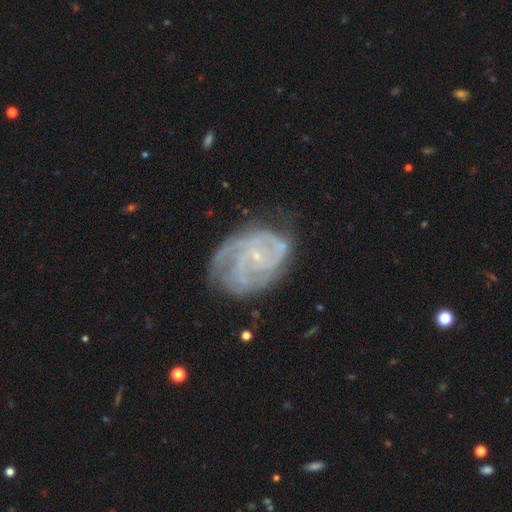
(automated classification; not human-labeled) Smooth or featured? featured or disk (83%)
Edge-on disk? no (98%)
Bar? no (65%)
Spiral arms? yes (92%)
Spiral winding? tight (56%)
Spiral arm count? can't tell (32%)
Bulge size? small (84%)
Merging? none (56%)